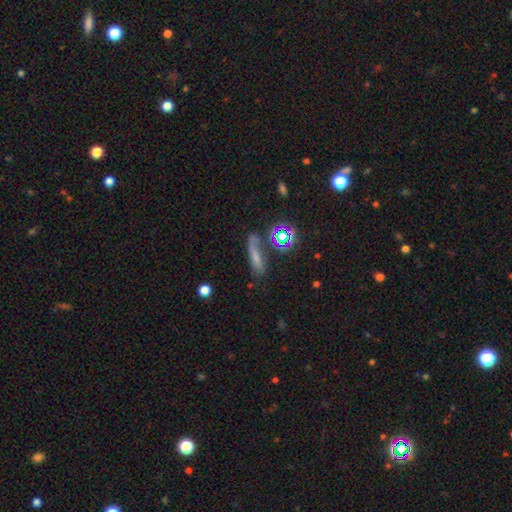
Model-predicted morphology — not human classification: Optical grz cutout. It shows a smooth galaxy with no disk features (56%) that is cigar-shaped (62%). Merging: none (55%).